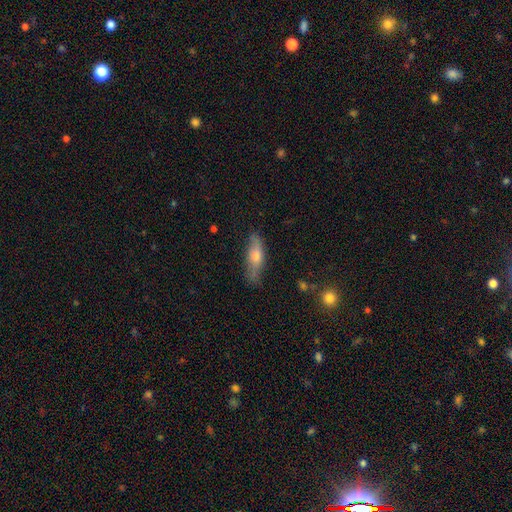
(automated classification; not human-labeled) smooth-or-featured: smooth: 55% | featured or disk: 38% | star or artifact: 8%
  how-rounded: cigar-shaped: 53% | in between: 44% | round: 3%
  merging: none: 74% | minor disturbance: 20% | major disturbance: 4% | merger: 2%